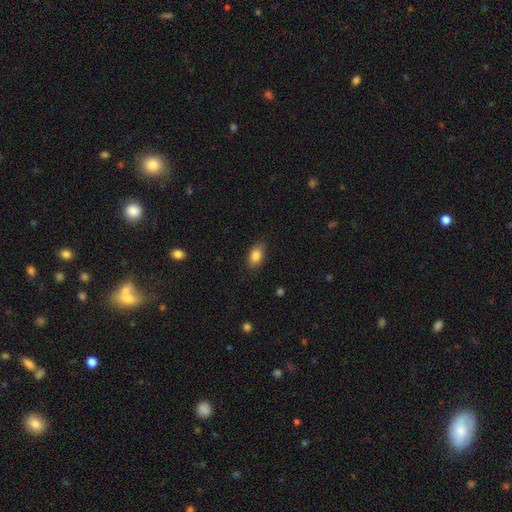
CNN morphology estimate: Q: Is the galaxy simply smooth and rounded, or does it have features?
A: smooth — 85%.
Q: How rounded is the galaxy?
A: in between — 87%.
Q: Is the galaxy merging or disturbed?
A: none — 81%.